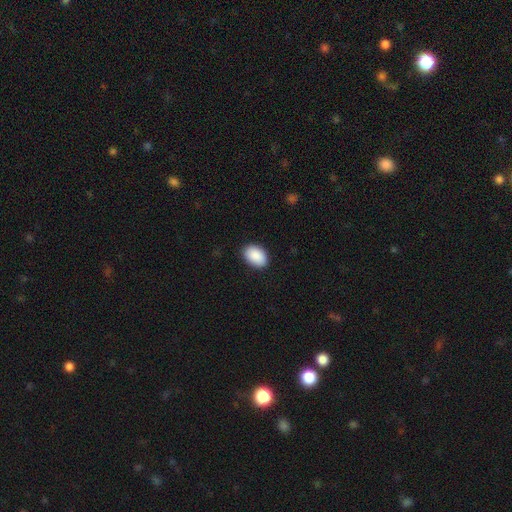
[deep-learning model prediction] Smooth or featured: smooth — 91% (star or artifact — 6%)
How rounded: in between — 89% (round — 9%)
Merging: none — 88% (minor disturbance — 9%)